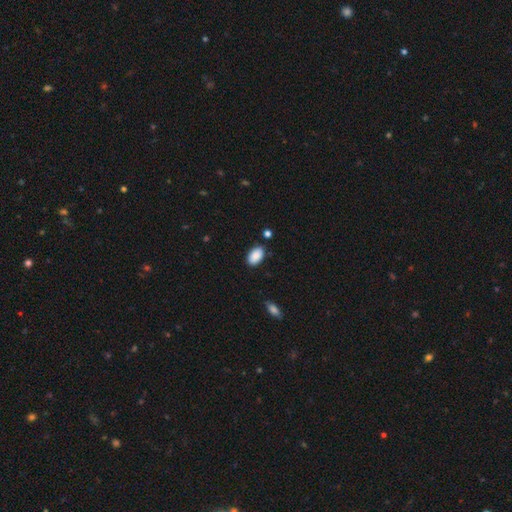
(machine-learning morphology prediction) A smooth galaxy with no disk features (89%) that is in between round and cigar-shaped (94%). Merging: none (83%).